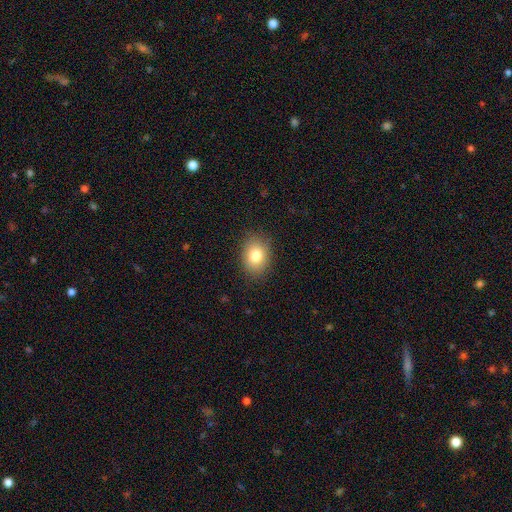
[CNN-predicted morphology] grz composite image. It shows a smooth galaxy with no disk features (80%) that is in between round and cigar-shaped (63%). Merging: none (86%).